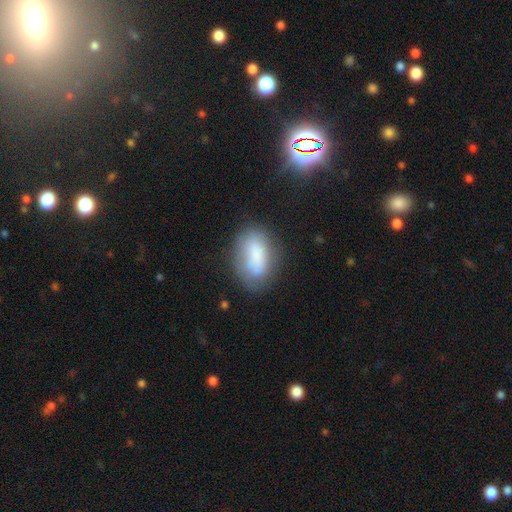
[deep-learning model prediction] Morphology: type=smooth (75%); roundness=in between (89%); merging=none (63%).